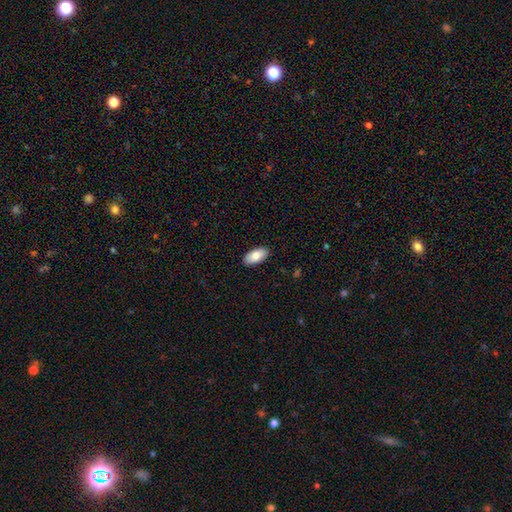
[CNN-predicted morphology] smooth-or-featured: smooth: 84% | featured or disk: 10% | star or artifact: 6%
  how-rounded: in between: 93% | cigar-shaped: 5% | round: 2%
  merging: none: 90% | minor disturbance: 8% | major disturbance: 2% | merger: 1%